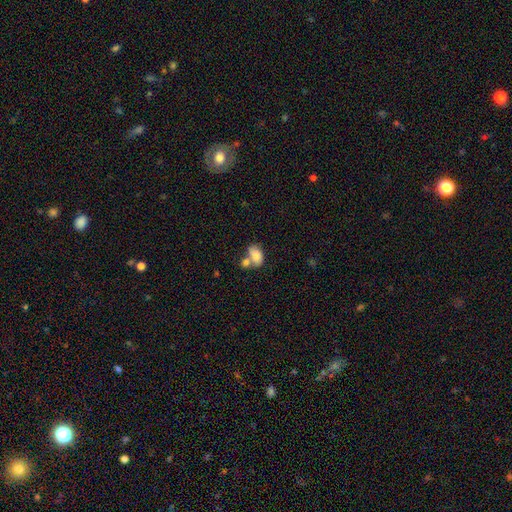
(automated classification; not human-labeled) Smooth or featured? smooth (80%)
How rounded? in between (87%)
Merging? merger (49%)